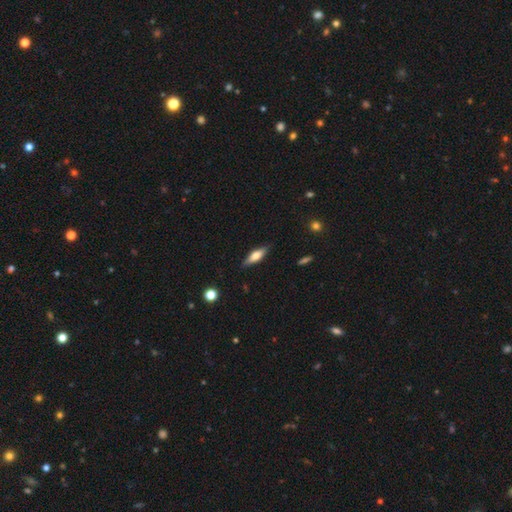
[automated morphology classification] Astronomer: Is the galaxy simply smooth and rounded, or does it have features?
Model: smooth — 52% (runner-up: featured or disk, 42%).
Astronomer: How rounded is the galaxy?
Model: cigar-shaped — 56% (runner-up: in between, 42%).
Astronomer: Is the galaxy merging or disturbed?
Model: none — 87%.